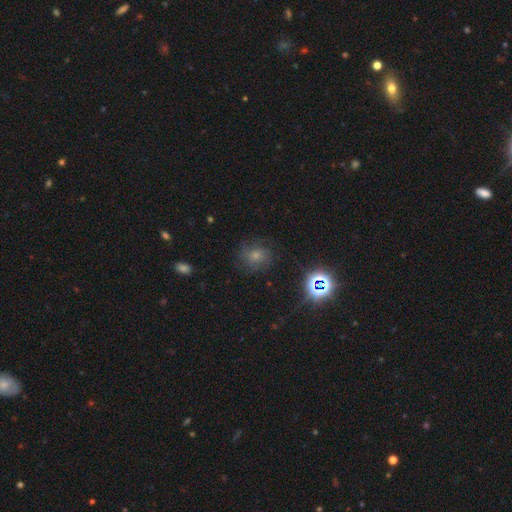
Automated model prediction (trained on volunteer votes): Morphology: type=smooth (39%); merging=none (73%).